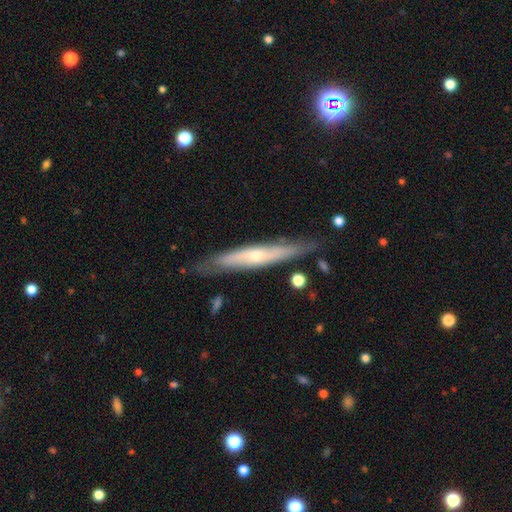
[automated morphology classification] A featured or disk galaxy (62%) viewed edge-on (80%). Merging: none (80%).